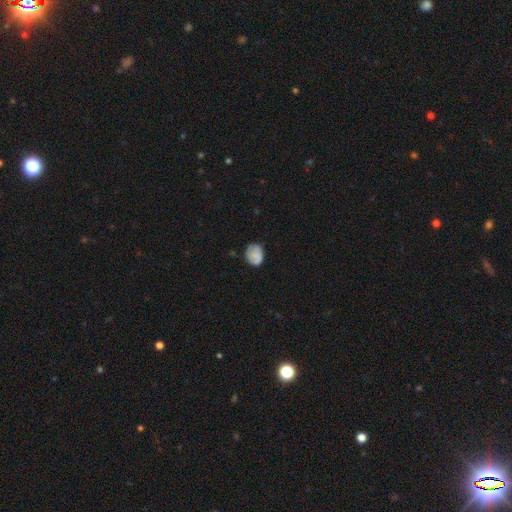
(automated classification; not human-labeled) A smooth galaxy with no disk features (74%) that is round (53%). Merging: none (63%).